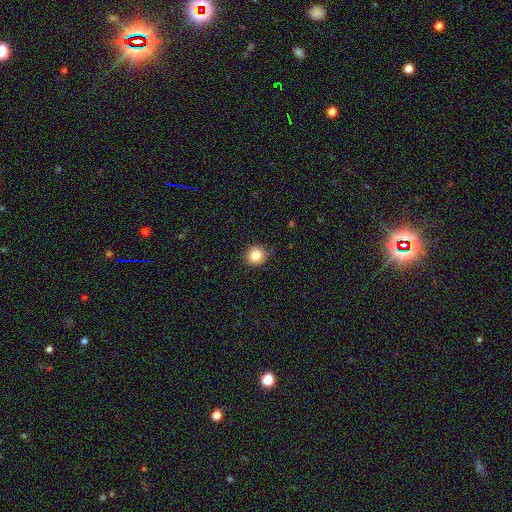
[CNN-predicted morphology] This is clearly a smooth galaxy (82%). How rounded: clearly round (91%). Merging: clearly none (86%).